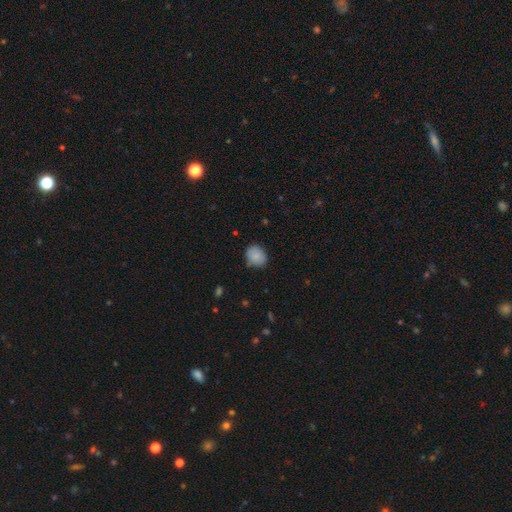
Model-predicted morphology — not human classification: Smooth or featured: smooth — 85% (star or artifact — 8%)
How rounded: round — 59% (in between — 40%)
Merging: none — 73% (minor disturbance — 21%)